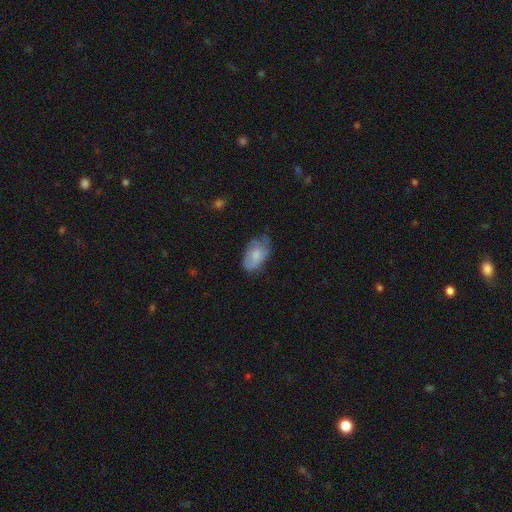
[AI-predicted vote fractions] Q: Smooth or featured?
A: smooth (72%); runner-up: featured or disk (22%)
Q: How rounded?
A: in between (92%); runner-up: round (6%)
Q: Merging?
A: none (46%); runner-up: minor disturbance (39%)